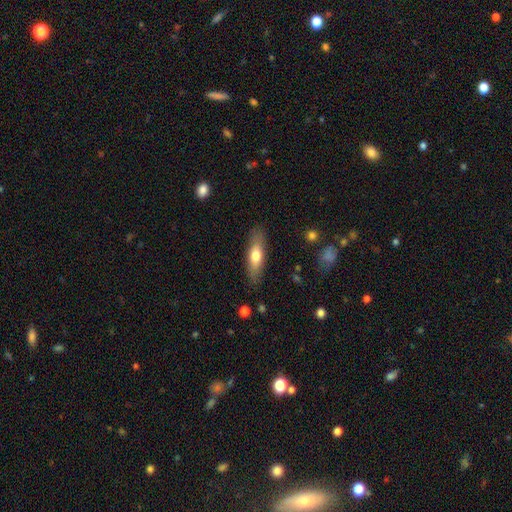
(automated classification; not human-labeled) Smooth or featured: smooth — 66% (featured or disk — 28%)
How rounded: cigar-shaped — 51% (in between — 47%)
Merging: none — 85% (minor disturbance — 11%)